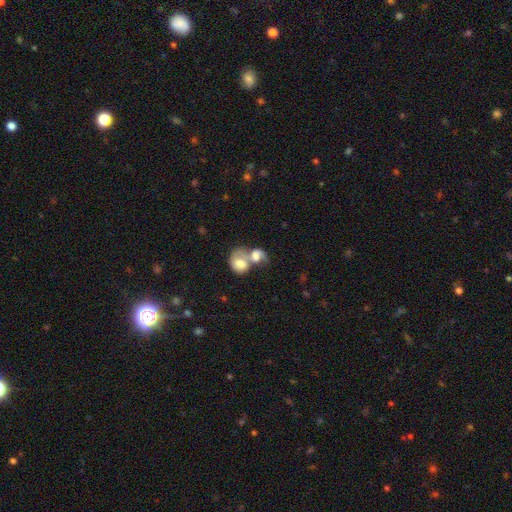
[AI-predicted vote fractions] Q: Smooth or featured?
A: smooth (54%); runner-up: featured or disk (38%)
Q: How rounded?
A: in between (56%); runner-up: round (42%)
Q: Merging?
A: merger (80%); runner-up: none (9%)